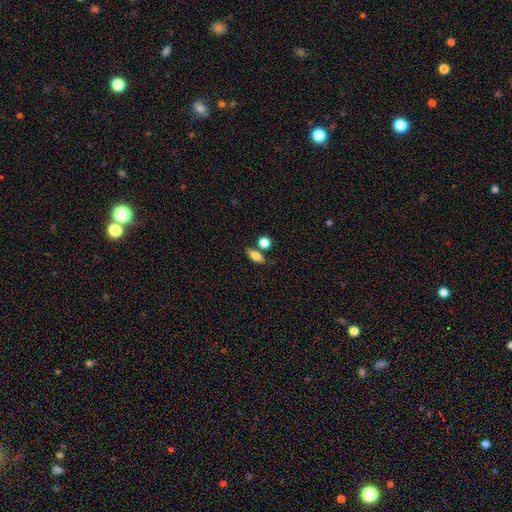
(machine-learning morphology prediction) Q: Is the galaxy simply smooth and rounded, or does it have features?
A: smooth — 73%.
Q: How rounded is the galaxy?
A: in between — 72%.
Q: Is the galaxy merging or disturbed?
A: none — 67%.